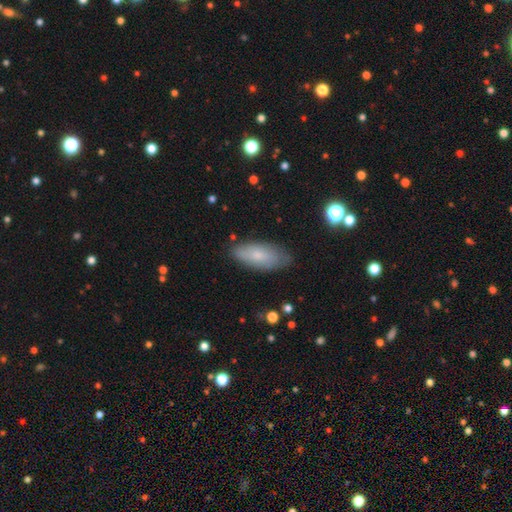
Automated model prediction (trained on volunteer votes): Q: Smooth or featured?
A: smooth (69%); runner-up: featured or disk (23%)
Q: How rounded?
A: in between (82%); runner-up: cigar-shaped (16%)
Q: Merging?
A: none (80%); runner-up: minor disturbance (15%)